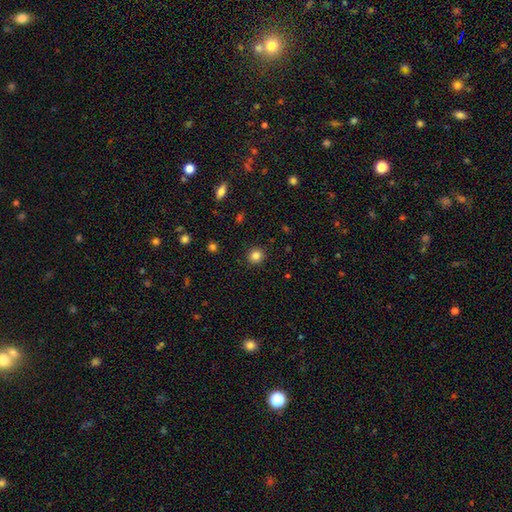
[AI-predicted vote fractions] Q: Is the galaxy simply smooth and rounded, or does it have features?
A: smooth — 83%.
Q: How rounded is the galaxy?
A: round — 91%.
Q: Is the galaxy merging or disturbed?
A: none — 91%.